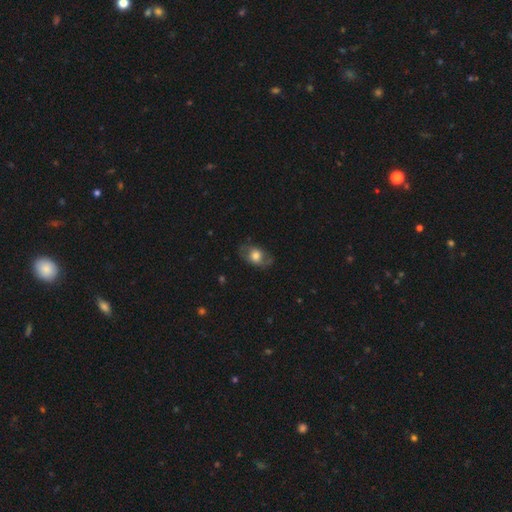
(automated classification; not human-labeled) Smooth or featured: smooth — 59% (featured or disk — 33%)
How rounded: in between — 73% (round — 25%)
Merging: none — 71% (minor disturbance — 20%)